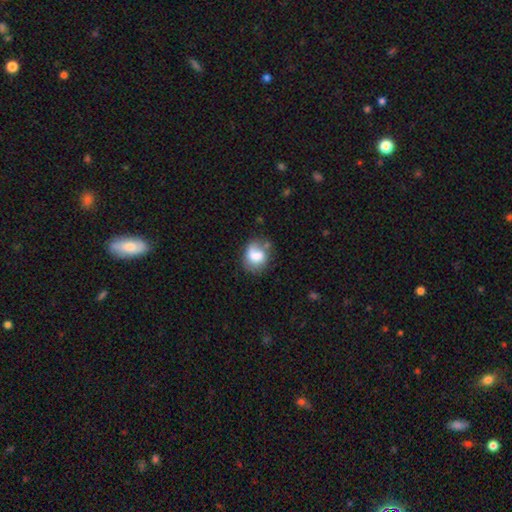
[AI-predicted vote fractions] Overall: smooth (71%). How rounded: round (61%; in between 38%). Merging: none (46%; minor disturbance 28%).